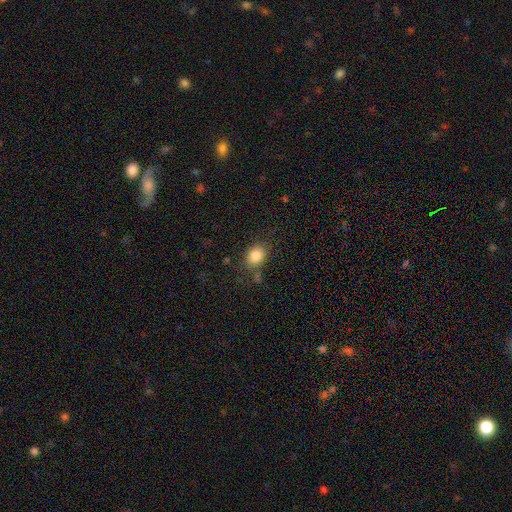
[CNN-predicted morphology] A smooth galaxy with no disk features (84%) that is in between round and cigar-shaped (57%). Merging: none (75%).